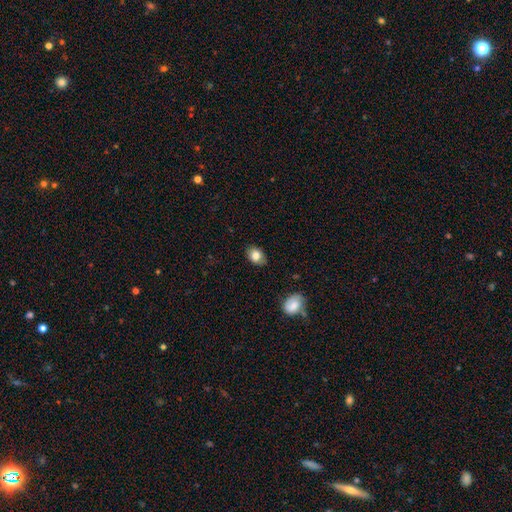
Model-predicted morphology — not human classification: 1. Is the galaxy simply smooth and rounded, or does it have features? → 81% smooth, 11% featured or disk, 8% star or artifact.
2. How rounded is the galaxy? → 75% in between, 24% round, 1% cigar-shaped.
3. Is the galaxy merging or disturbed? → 82% none, 14% minor disturbance, 2% major disturbance, 1% merger.